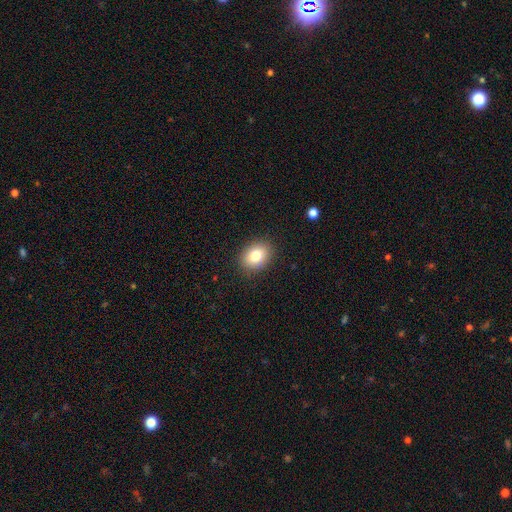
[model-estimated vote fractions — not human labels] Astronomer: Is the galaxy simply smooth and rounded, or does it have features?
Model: smooth — 81%.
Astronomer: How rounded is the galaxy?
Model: in between — 64%.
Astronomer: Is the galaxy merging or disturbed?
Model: none — 88%.